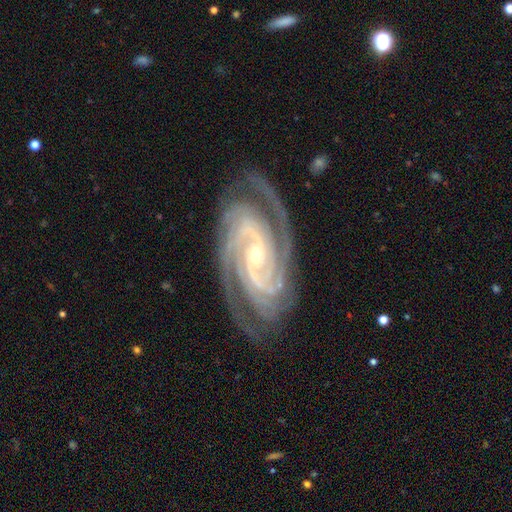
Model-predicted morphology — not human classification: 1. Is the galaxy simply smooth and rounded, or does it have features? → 94% featured or disk, 4% star or artifact, 2% smooth.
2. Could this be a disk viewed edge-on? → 97% no, 3% yes.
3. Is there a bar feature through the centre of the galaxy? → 42% no, 34% weak, 24% strong.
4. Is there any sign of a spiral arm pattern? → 99% yes, 1% no.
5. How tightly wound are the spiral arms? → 71% tight, 26% medium, 3% loose.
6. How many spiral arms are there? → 32% 3, 23% 4, 22% 2, 9% can't tell, 8% more than 4, 6% 1.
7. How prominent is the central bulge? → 73% small, 23% moderate, 1% large, 1% none, 1% dominant.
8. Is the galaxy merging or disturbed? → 80% none, 14% minor disturbance, 4% major disturbance, 1% merger.